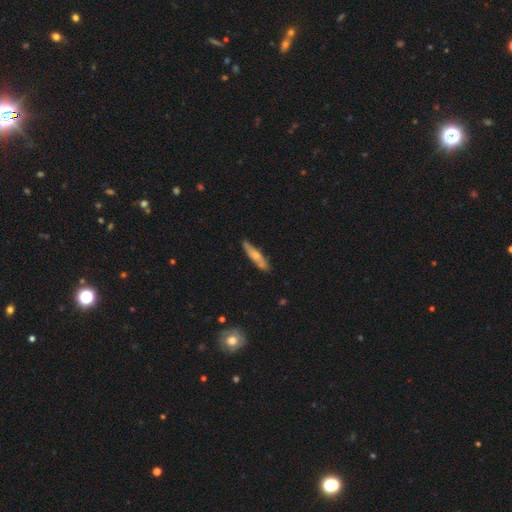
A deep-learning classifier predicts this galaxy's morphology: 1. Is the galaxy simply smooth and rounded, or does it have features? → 59% smooth, 35% featured or disk, 6% star or artifact.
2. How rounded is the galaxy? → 84% cigar-shaped, 14% in between, 2% round.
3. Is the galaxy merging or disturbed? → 75% none, 18% minor disturbance, 4% merger, 3% major disturbance.